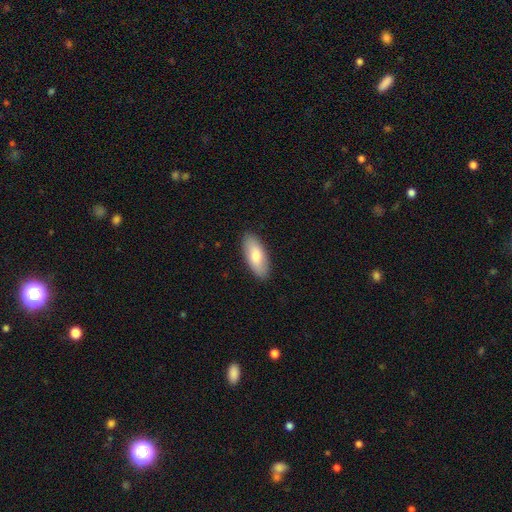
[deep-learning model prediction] smooth_or_featured: smooth (p=0.76) [alt: featured or disk p=0.19]
how_rounded: in between (p=0.85) [alt: cigar-shaped p=0.13]
merging: none (p=0.89) [alt: minor disturbance p=0.08]